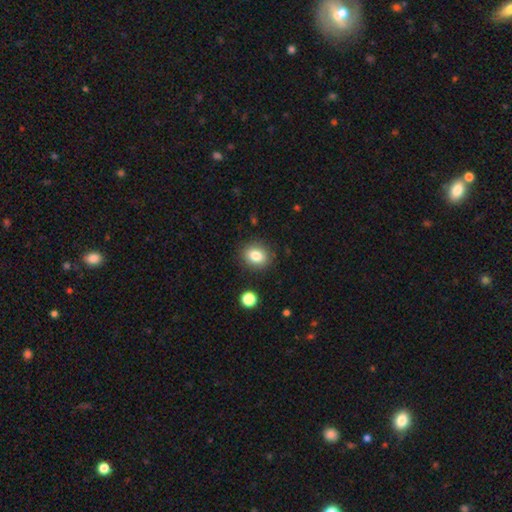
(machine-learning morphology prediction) Overall: smooth (82%). How rounded: round (57%; in between 42%). Merging: none (87%).